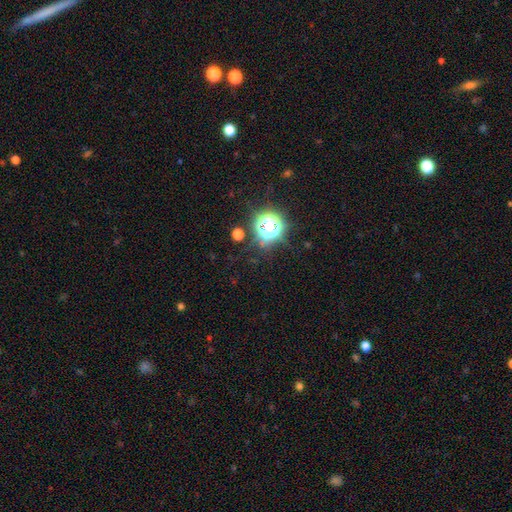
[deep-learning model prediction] Smooth or featured?
  - star or artifact: 79% *
  - smooth: 14%
  - featured or disk: 6%